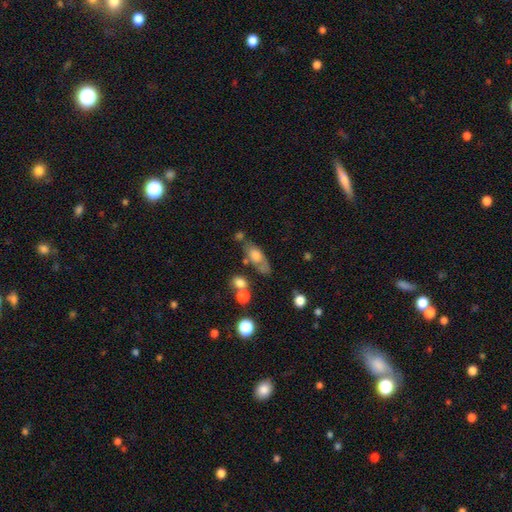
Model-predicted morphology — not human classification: smooth-or-featured: smooth: 61% | featured or disk: 29% | star or artifact: 9%
  how-rounded: in between: 73% | cigar-shaped: 21% | round: 7%
  merging: none: 53% | minor disturbance: 22% | merger: 15% | major disturbance: 10%